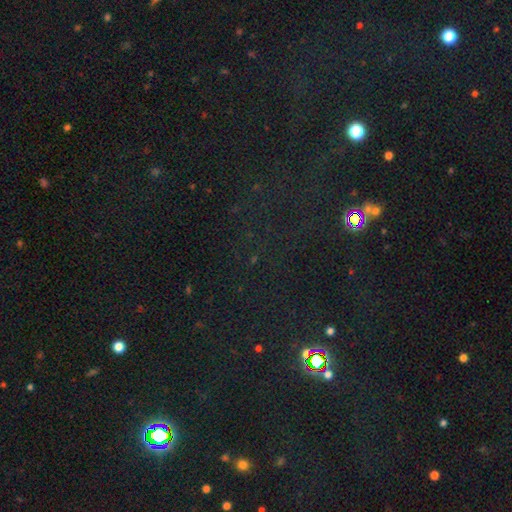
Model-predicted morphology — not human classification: This is likely a star or artifact rather than a galaxy (77%).